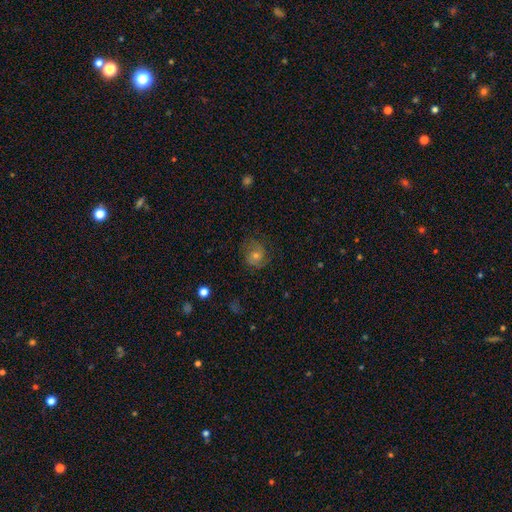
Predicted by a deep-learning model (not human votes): smooth-or-featured: featured or disk: 57% | smooth: 28% | star or artifact: 15%
  disk-edge-on: no: 97% | yes: 3%
    bar: no: 73% | weak: 23% | strong: 4%
    has-spiral-arms: yes: 89% | no: 11%
    bulge-size: moderate: 55% | small: 38% | large: 4% | none: 2% | dominant: 1%
  merging: none: 76% | minor disturbance: 15% | major disturbance: 8% | merger: 1%